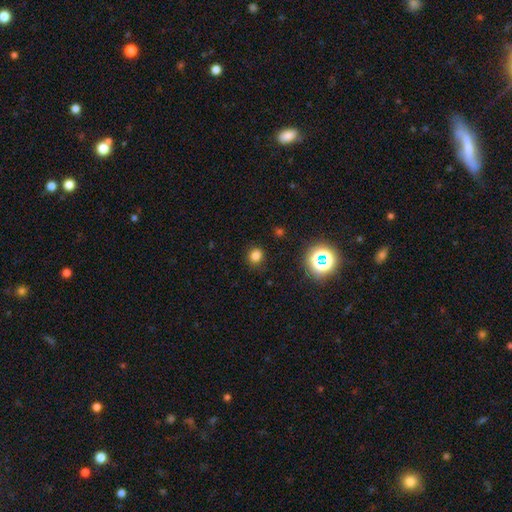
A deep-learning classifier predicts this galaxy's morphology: smooth-or-featured: smooth: 77% | star or artifact: 18% | featured or disk: 5%
  how-rounded: round: 77% | in between: 22% | cigar-shaped: 1%
  merging: none: 88% | minor disturbance: 8% | major disturbance: 3% | merger: 1%